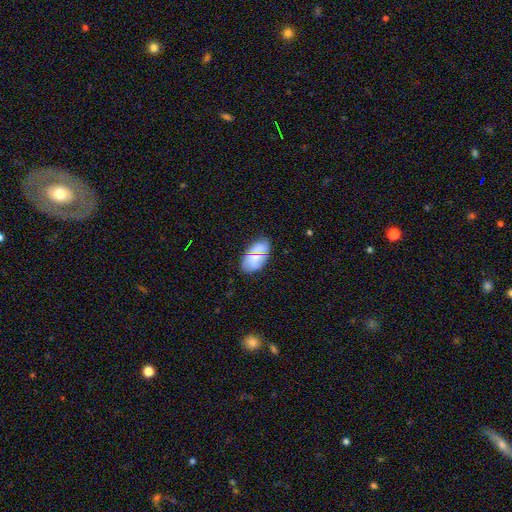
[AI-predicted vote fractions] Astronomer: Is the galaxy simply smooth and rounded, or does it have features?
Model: smooth — 73%.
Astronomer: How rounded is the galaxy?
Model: in between — 93%.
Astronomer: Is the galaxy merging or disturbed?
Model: none — 82%.